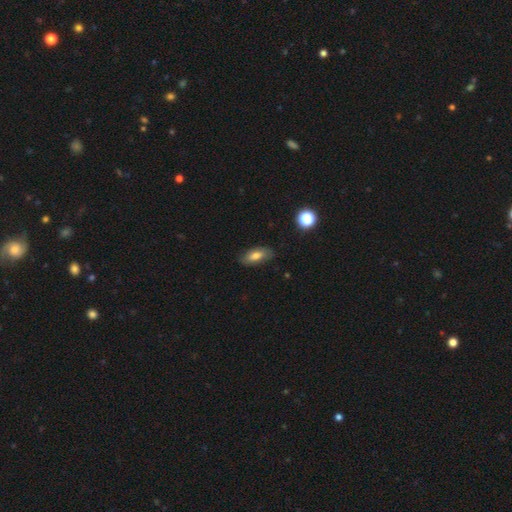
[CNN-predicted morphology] type=smooth (72%); roundness=in between (84%); merging=none (81%).